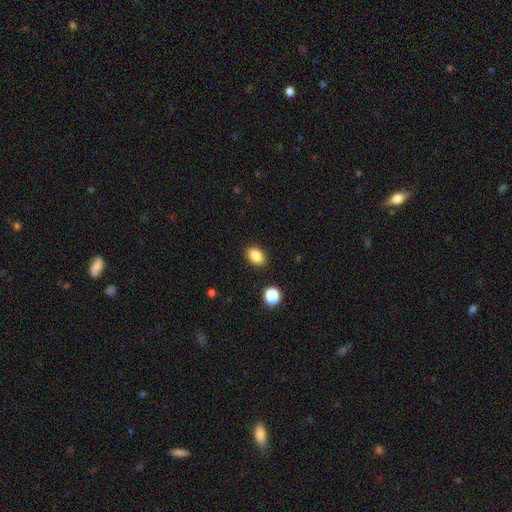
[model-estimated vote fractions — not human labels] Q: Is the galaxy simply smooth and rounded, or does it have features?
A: smooth — 86%.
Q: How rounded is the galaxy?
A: in between — 82%.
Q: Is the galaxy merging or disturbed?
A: none — 88%.